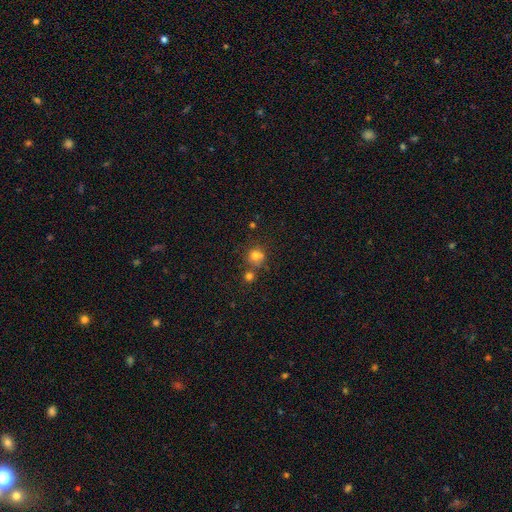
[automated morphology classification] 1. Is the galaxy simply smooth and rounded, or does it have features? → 73% smooth, 16% star or artifact, 11% featured or disk.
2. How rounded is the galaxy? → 84% round, 15% in between, 1% cigar-shaped.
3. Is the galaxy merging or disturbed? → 57% none, 25% merger, 13% minor disturbance, 5% major disturbance.